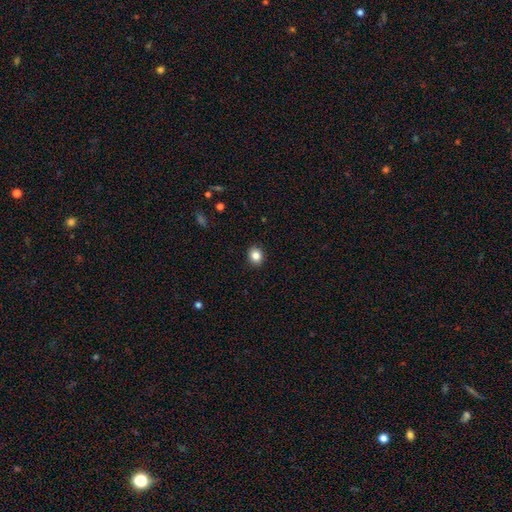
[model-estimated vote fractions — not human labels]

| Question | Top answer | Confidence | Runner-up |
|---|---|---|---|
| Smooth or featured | smooth | 84% | star or artifact (10%) |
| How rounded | round | 68% | in between (31%) |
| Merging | none | 91% | minor disturbance (6%) |